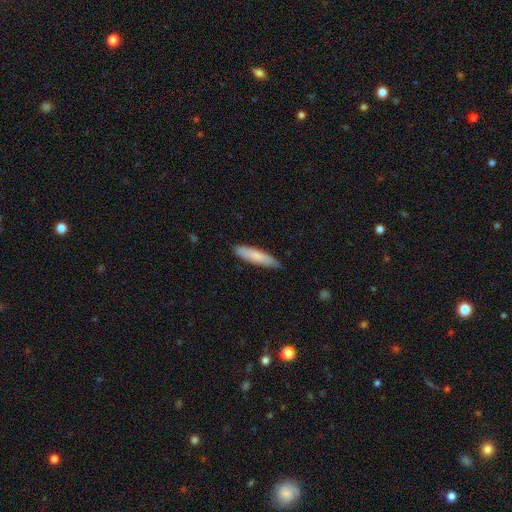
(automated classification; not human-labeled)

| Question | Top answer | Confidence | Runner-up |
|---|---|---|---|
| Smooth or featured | smooth | 78% | featured or disk (17%) |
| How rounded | cigar-shaped | 77% | in between (22%) |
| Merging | none | 82% | minor disturbance (15%) |